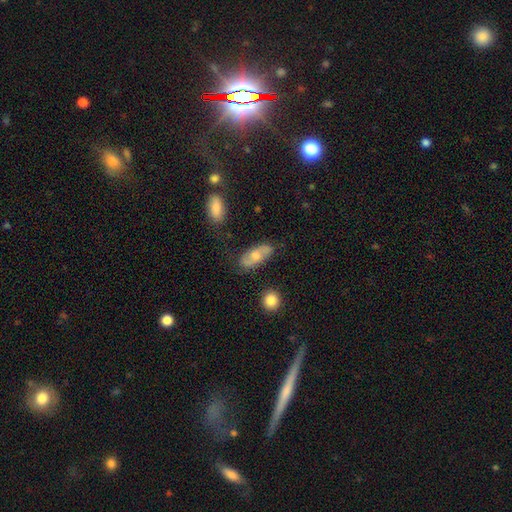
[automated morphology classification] Smooth or featured?
  - featured or disk: 47% *
  - smooth: 46%
  - star or artifact: 7%
Merging?
  - none: 73% *
  - minor disturbance: 17%
  - major disturbance: 5%
  - merger: 4%